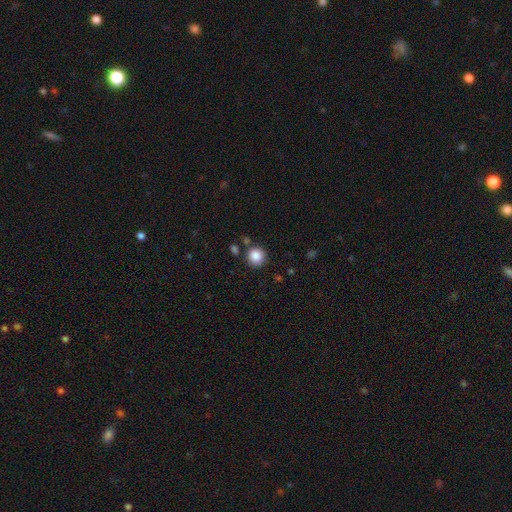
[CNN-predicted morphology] Smooth or featured? Predicted: smooth (p=0.87). How rounded? Predicted: round (p=0.92). Merging? Predicted: none (p=0.81).